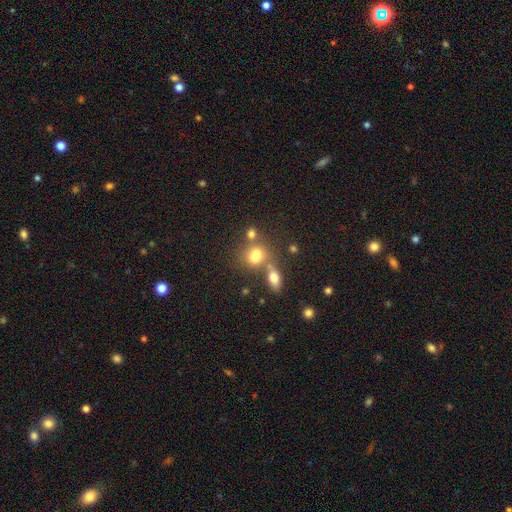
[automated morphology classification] Q: Smooth or featured?
A: smooth (72%); runner-up: star or artifact (15%)
Q: How rounded?
A: in between (56%); runner-up: round (42%)
Q: Merging?
A: none (43%); runner-up: merger (38%)